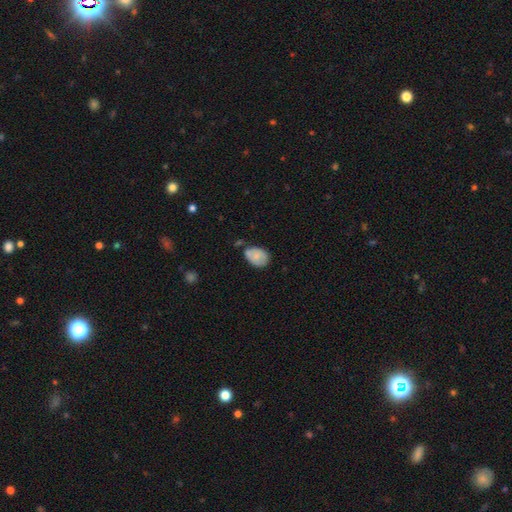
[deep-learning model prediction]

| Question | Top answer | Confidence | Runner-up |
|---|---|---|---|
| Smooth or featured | smooth | 77% | featured or disk (15%) |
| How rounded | in between | 81% | round (17%) |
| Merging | none | 56% | minor disturbance (28%) |